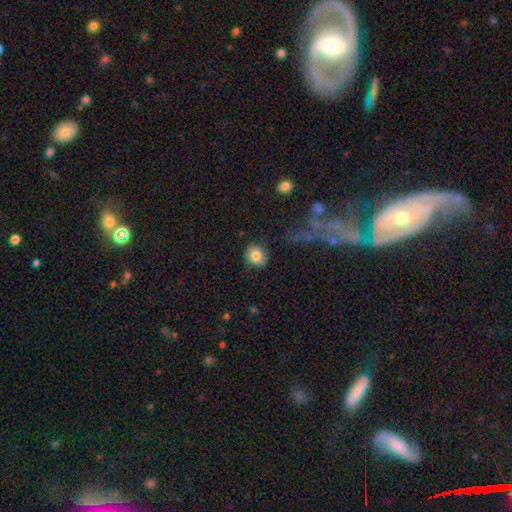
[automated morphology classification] type=smooth (80%); roundness=round (65%); merging=none (81%).